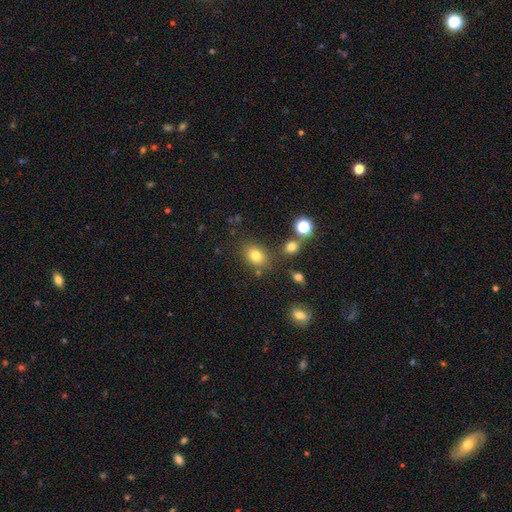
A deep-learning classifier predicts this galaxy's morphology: Smooth or featured: smooth — 77% (star or artifact — 14%)
How rounded: in between — 63% (round — 35%)
Merging: none — 76% (minor disturbance — 13%)